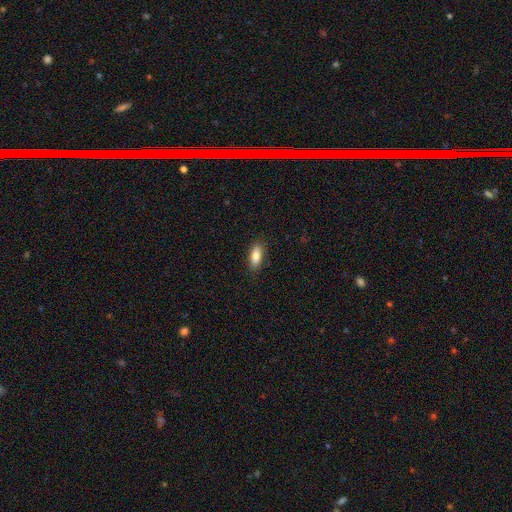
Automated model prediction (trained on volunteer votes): This appears to be a smooth galaxy with no disk features (85%) that is in between round and cigar-shaped (81%). Merging: none (85%).